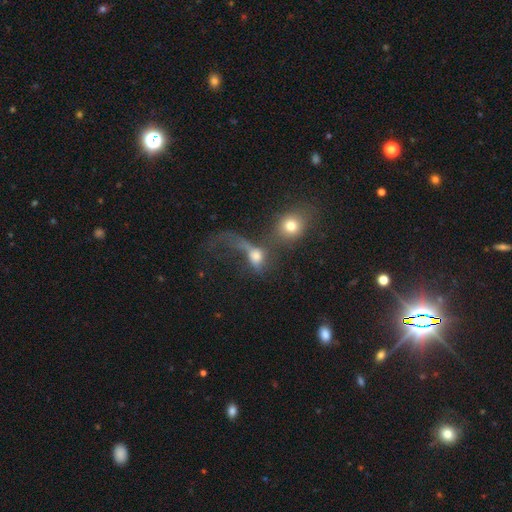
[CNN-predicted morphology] A smooth galaxy with no disk features (54%) that is in between round and cigar-shaped (49%). Merging: merger (51%).